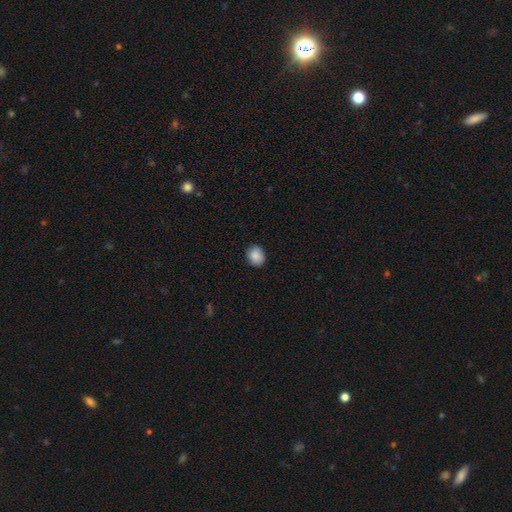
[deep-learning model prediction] smooth 88%, star or artifact 8%, featured or disk 5%. Down the decision tree: how rounded — round (67%); merging — none (87%).